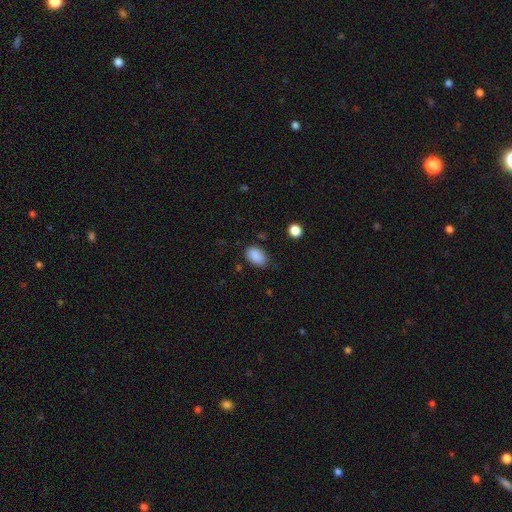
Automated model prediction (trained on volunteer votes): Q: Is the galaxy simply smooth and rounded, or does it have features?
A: smooth — 88%.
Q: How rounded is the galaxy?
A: in between — 90%.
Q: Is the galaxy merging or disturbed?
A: none — 78%.